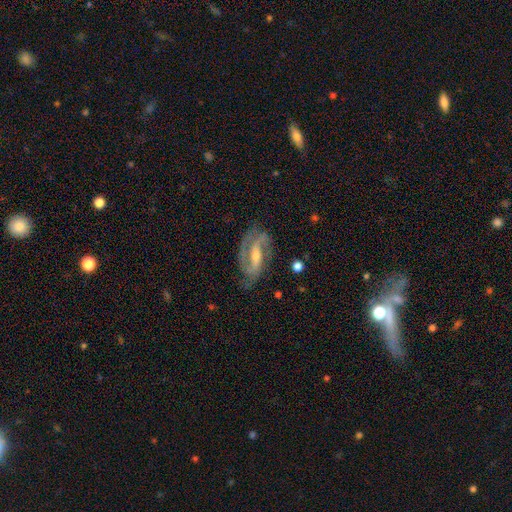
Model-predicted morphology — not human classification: The model was most divided on "bar": strong: 42%, weak: 38%, no: 19%. Remaining: spiral arms — yes (96%); edge-on disk — no (94%); smooth or featured — featured or disk (88%); spiral arm count — 2 (81%); merging — none (73%); spiral winding — medium (51%); bulge size — moderate (49%).